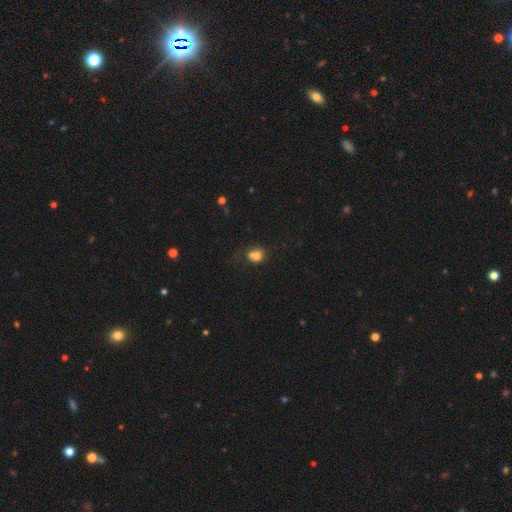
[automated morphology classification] smooth 73%, featured or disk 15%, star or artifact 13%. Down the decision tree: how rounded — round (56%); merging — none (36%).